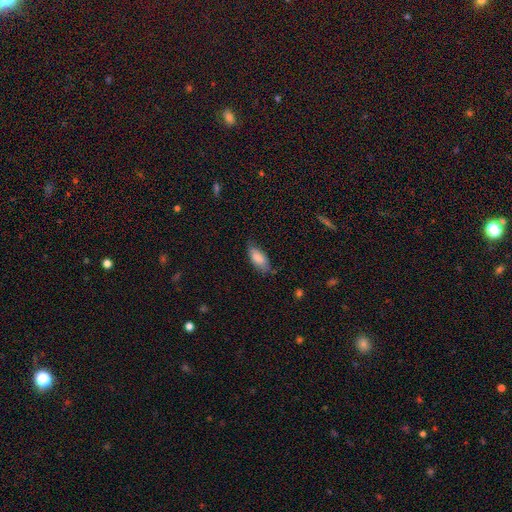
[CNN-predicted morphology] A smooth galaxy with no disk features (79%) that is in between round and cigar-shaped (82%). Merging: none (72%).